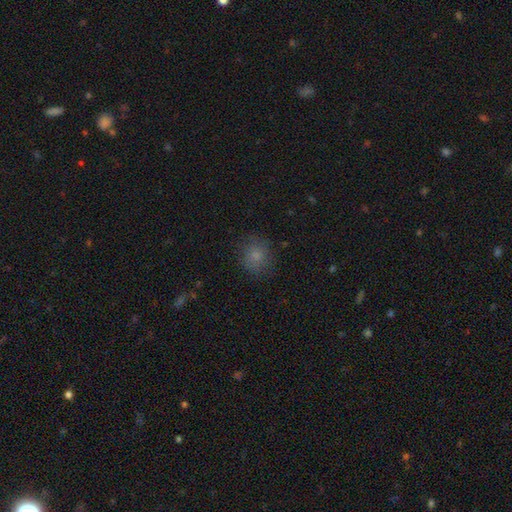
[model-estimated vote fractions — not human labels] The model was most divided on "how rounded": round: 79%, in between: 20%, cigar-shaped: 1%. More confident: smooth or featured — smooth (79%); merging — none (78%).